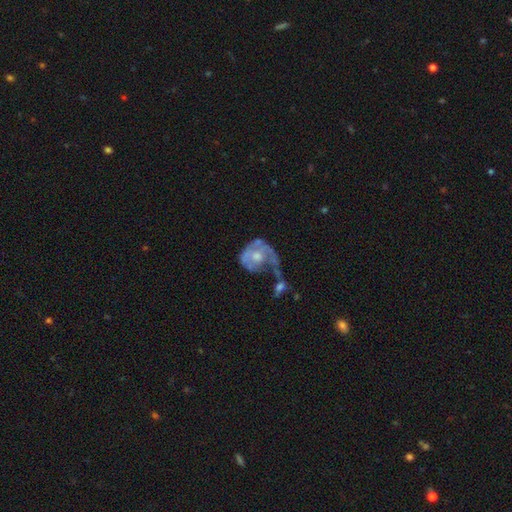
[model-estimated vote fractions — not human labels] A featured or disk galaxy (60%) with no bar (83%), no spiral arms (56%) and a moderate central bulge (62%). Merging: major disturbance (38%).